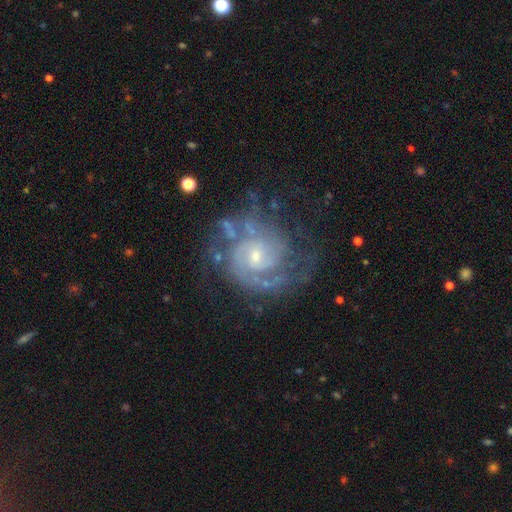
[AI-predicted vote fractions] The model was most divided on "spiral arm count": 2: 42%, can't tell: 25%, 3: 16%, 1: 7%, 4: 6%, more than 4: 4%. More confident: edge-on disk — no (98%); spiral arms — yes (95%); smooth or featured — featured or disk (86%); bar — no (66%); bulge size — small (65%); spiral winding — tight (61%); merging — none (61%).